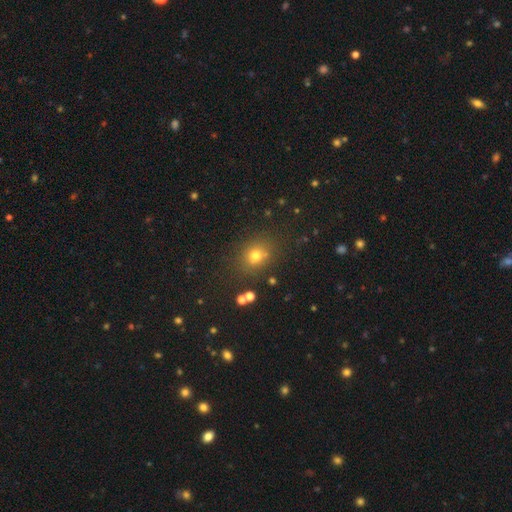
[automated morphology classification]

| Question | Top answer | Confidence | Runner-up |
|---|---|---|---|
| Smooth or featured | smooth | 69% | star or artifact (21%) |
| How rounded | round | 64% | in between (35%) |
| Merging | none | 78% | minor disturbance (11%) |